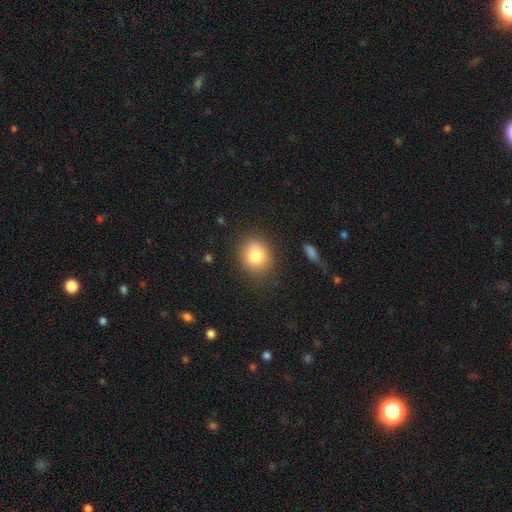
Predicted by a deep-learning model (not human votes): This appears to be a smooth galaxy with no disk features (82%) that is round (68%). Merging: none (83%).